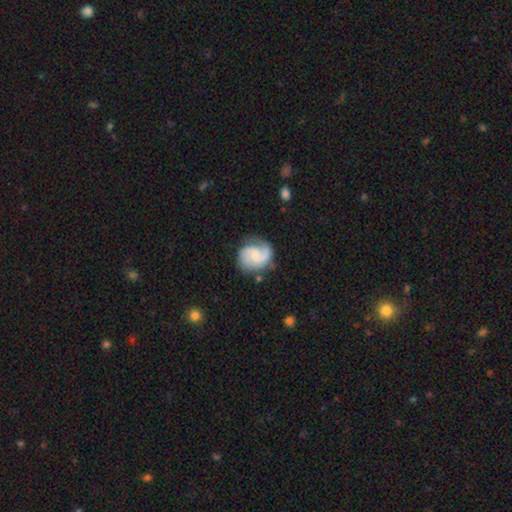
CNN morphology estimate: featured or disk 80%, smooth 15%, star or artifact 5%. Down the decision tree: edge-on disk — no (98%); bar — no (50%); spiral arms — yes (96%); spiral arm count — 2 (81%); spiral winding — medium (50%); bulge size — small (52%); merging — none (70%).